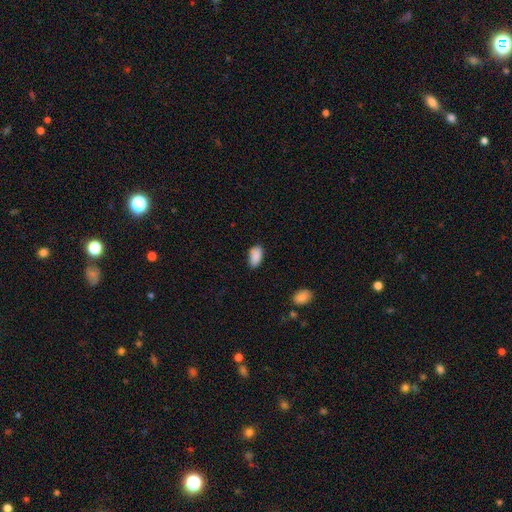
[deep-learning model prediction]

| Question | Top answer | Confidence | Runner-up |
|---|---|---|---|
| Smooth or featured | smooth | 89% | star or artifact (7%) |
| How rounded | in between | 94% | round (3%) |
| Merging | none | 80% | minor disturbance (16%) |